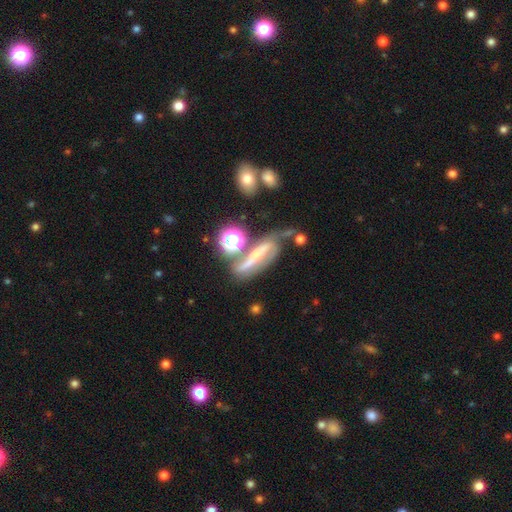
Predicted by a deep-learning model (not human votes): smooth_or_featured: featured or disk (p=0.68) [alt: smooth p=0.21]
disk_edge_on: no (p=0.73) [alt: yes p=0.27]
merging: none (p=0.41) [alt: minor disturbance p=0.21]